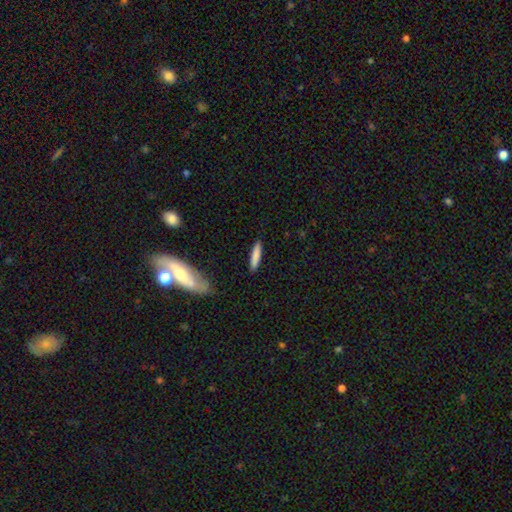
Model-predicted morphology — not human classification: Smooth or featured?
  - smooth: 83% *
  - featured or disk: 11%
  - star or artifact: 6%
How rounded?
  - cigar-shaped: 84% *
  - in between: 14%
  - round: 1%
Merging?
  - none: 88% *
  - minor disturbance: 8%
  - merger: 2%
  - major disturbance: 2%